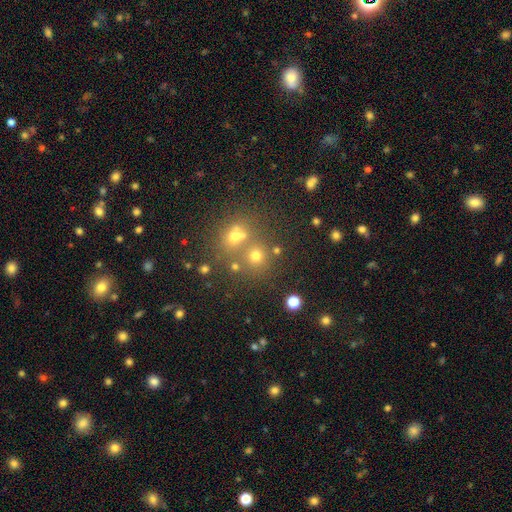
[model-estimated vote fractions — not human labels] Overall: smooth (66%). How rounded: round (83%). Merging: none (60%; merger 25%).